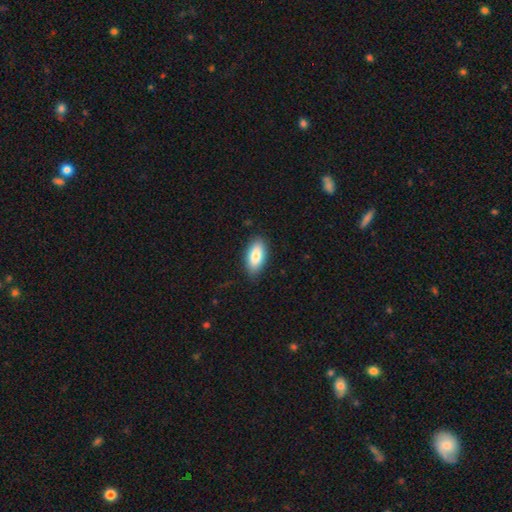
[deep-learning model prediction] This appears to be a smooth galaxy with no disk features (83%) that is in between round and cigar-shaped (89%). Merging: none (86%).